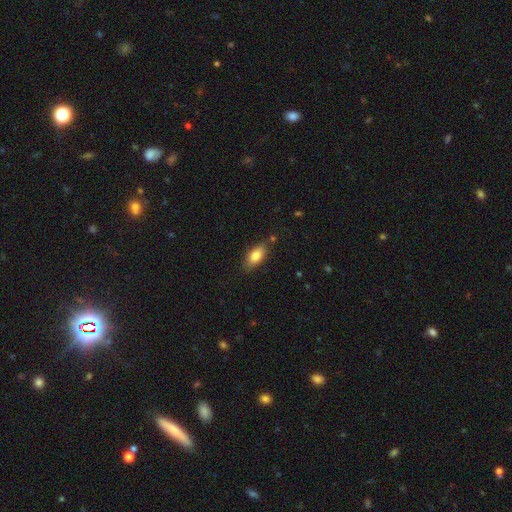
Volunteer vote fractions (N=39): Overall: smooth (64%; featured or disk 28%). How rounded: in between (96%). Merging: none (75%).